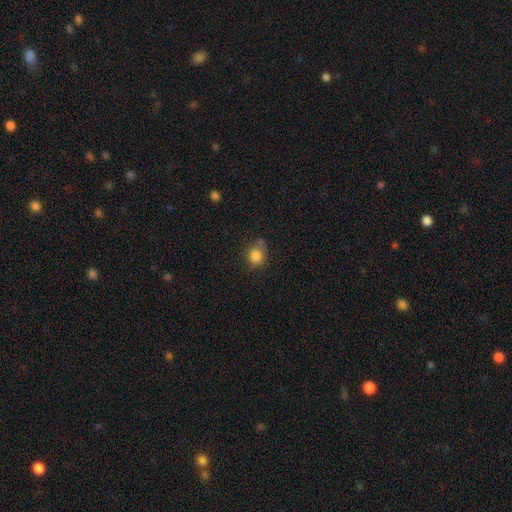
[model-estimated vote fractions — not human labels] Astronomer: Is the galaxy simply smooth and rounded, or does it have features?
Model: smooth — 84%.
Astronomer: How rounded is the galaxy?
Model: round — 75%.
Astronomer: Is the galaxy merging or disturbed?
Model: none — 61%.